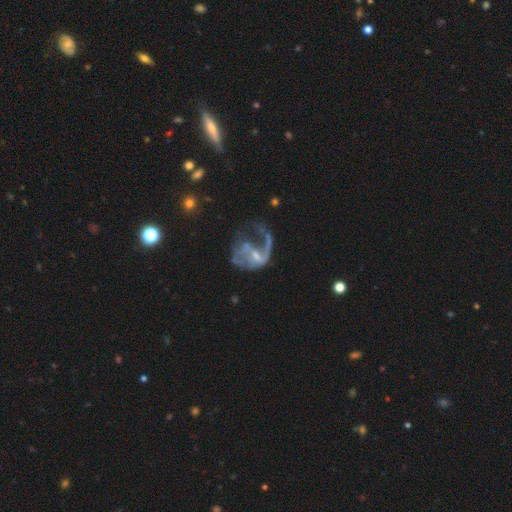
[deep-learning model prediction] The model was most divided on "bar": no: 49%, weak: 38%, strong: 14%. More confident: edge-on disk — no (97%); smooth or featured — featured or disk (77%); spiral arms — yes (71%); spiral winding — loose (64%); bulge size — small (59%); spiral arm count — 1 (57%); merging — major disturbance (53%).